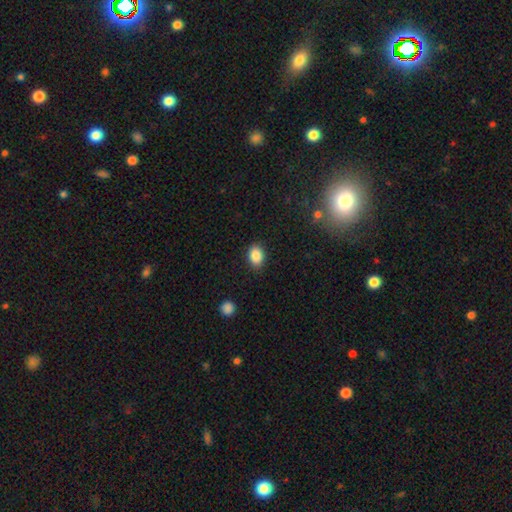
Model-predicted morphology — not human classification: Smooth or featured? Predicted: smooth (p=0.87). How rounded? Predicted: in between (p=0.70). Merging? Predicted: none (p=0.87).